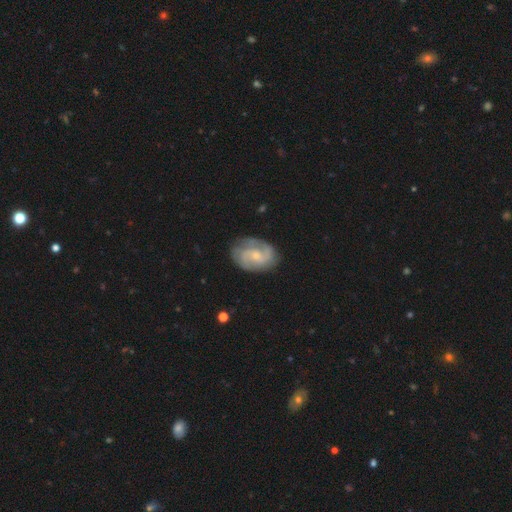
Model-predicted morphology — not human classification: smooth-or-featured: featured or disk: 82% | smooth: 14% | star or artifact: 5%
  disk-edge-on: no: 98% | yes: 2%
    bar: no: 52% | weak: 41% | strong: 7%
    has-spiral-arms: yes: 95% | no: 5%
      spiral-winding: medium: 49% | tight: 32% | loose: 19%
      spiral-arm-count: 2: 76% | can't tell: 10% | 3: 7% | 1: 3% | 4: 2% | more than 4: 2%
    bulge-size: small: 66% | moderate: 29% | none: 3% | large: 1% | dominant: 1%
  merging: none: 78% | minor disturbance: 16% | major disturbance: 5% | merger: 1%